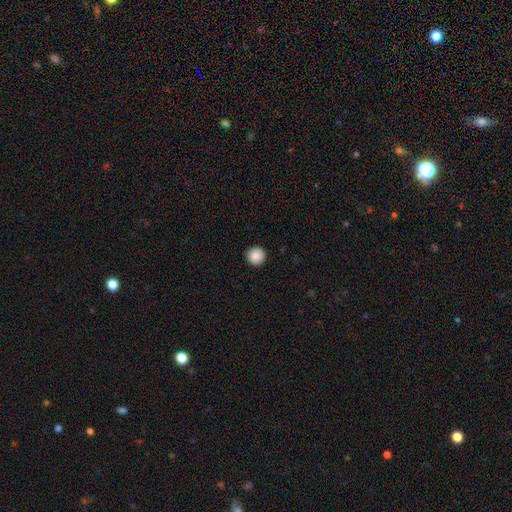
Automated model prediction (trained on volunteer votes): smooth_or_featured: smooth (p=0.88) [alt: star or artifact p=0.09]
how_rounded: round (p=0.96) [alt: in between p=0.03]
merging: none (p=0.93) [alt: minor disturbance p=0.05]